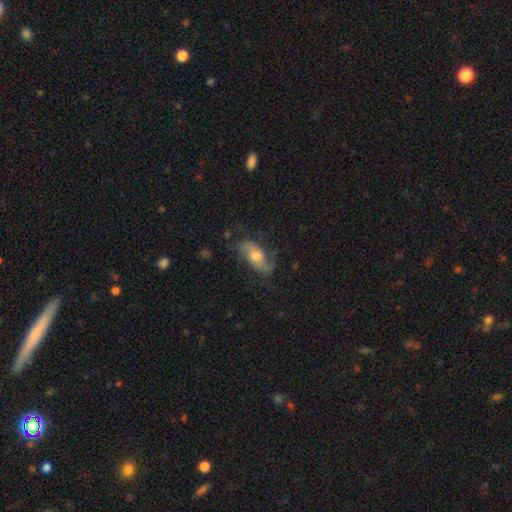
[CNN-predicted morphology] featured or disk 68%, smooth 24%, star or artifact 8%. Down the decision tree: edge-on disk — no (92%); bar — no (62%); spiral arms — yes (89%); spiral arm count — 2 (80%); spiral winding — loose (46%); bulge size — moderate (61%); merging — none (63%).